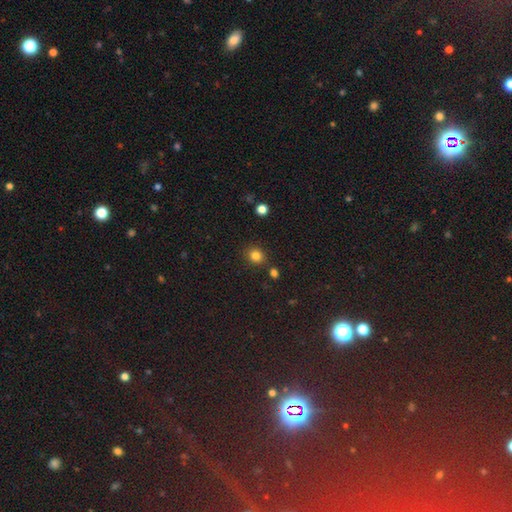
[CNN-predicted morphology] smooth-or-featured: smooth: 83% | star or artifact: 13% | featured or disk: 5%
  how-rounded: round: 76% | in between: 23% | cigar-shaped: 1%
  merging: none: 83% | minor disturbance: 9% | merger: 5% | major disturbance: 3%